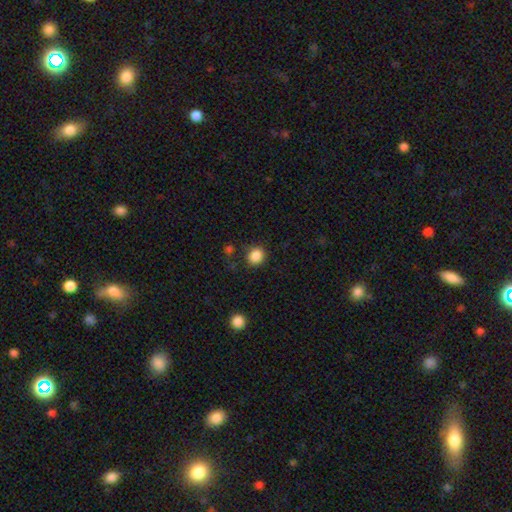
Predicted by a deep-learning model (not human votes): A smooth galaxy with no disk features (87%) that is round (72%).

Vote fractions:
- Smooth or featured? smooth: 87% / star or artifact: 10% / featured or disk: 3%
- How rounded? round: 72% / in between: 27% / cigar-shaped: 1%
- Merging? none: 81% / minor disturbance: 12% / major disturbance: 4% / merger: 3%